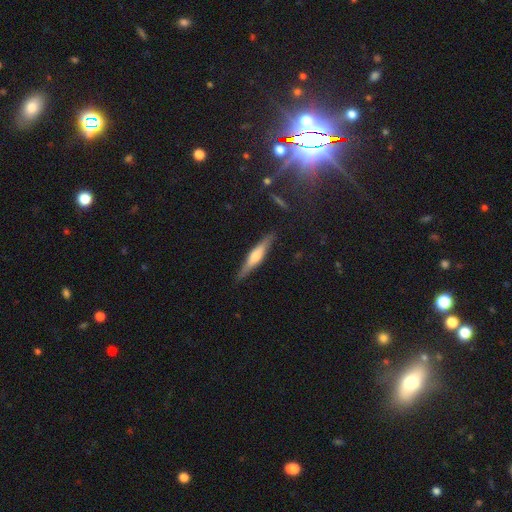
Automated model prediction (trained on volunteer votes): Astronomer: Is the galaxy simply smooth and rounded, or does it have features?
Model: featured or disk — 59% (runner-up: smooth, 35%).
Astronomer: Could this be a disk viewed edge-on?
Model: yes — 96%.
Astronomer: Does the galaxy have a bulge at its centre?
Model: rounded — 82%.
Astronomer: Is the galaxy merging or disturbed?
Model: none — 88%.